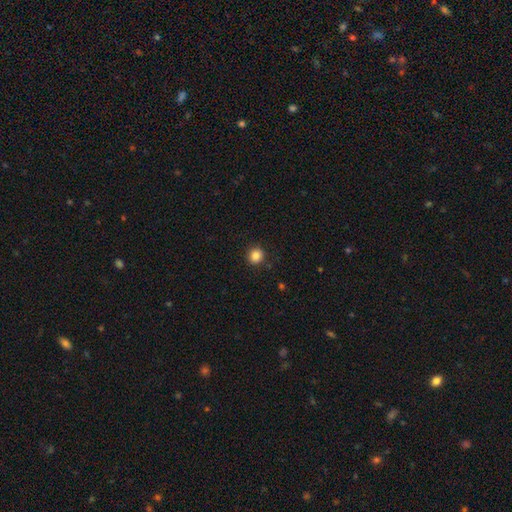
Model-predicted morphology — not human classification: This appears to be a smooth galaxy with no disk features (85%) that is round (91%). Merging: none (91%).